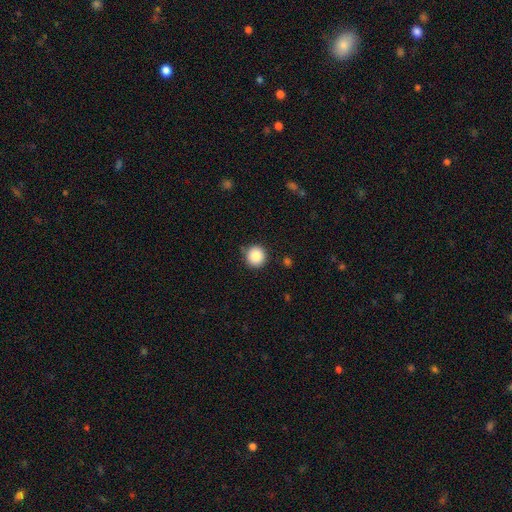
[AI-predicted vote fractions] Q: Smooth or featured?
A: smooth (87%); runner-up: star or artifact (9%)
Q: How rounded?
A: round (95%); runner-up: in between (4%)
Q: Merging?
A: none (86%); runner-up: minor disturbance (10%)